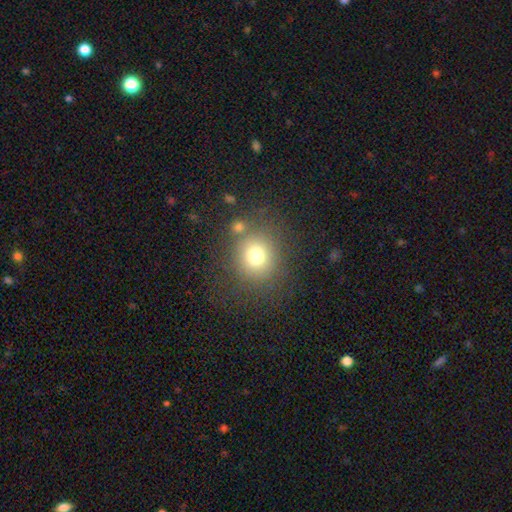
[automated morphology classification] This appears to be a smooth galaxy with no disk features (75%) that is round (86%). Merging: none (77%).